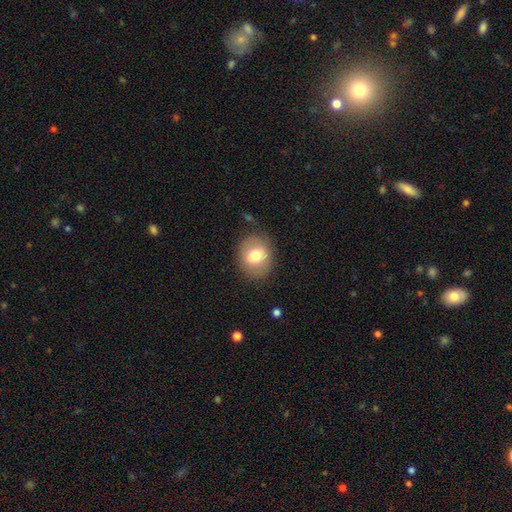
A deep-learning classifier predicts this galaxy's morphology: smooth-or-featured: smooth: 71% | featured or disk: 20% | star or artifact: 8%
  how-rounded: round: 57% | in between: 42% | cigar-shaped: 1%
  merging: none: 82% | minor disturbance: 12% | major disturbance: 4% | merger: 2%